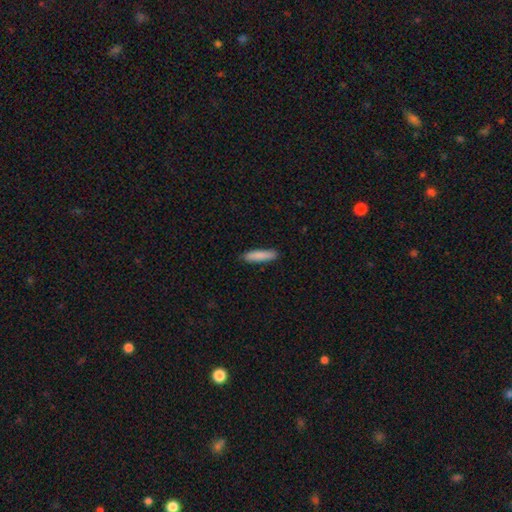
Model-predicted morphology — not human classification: Smooth or featured? Predicted: smooth (p=0.86). How rounded? Predicted: cigar-shaped (p=0.85). Merging? Predicted: none (p=0.90).